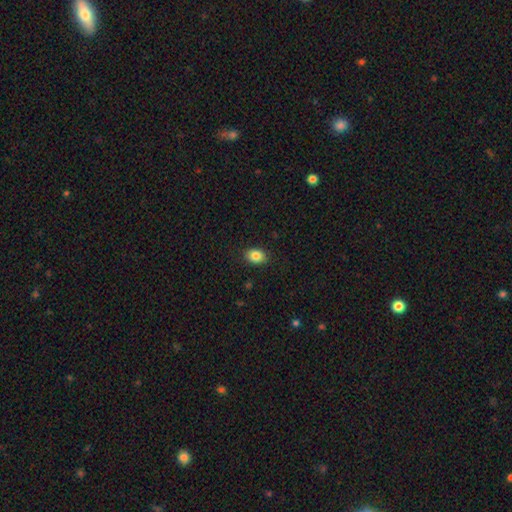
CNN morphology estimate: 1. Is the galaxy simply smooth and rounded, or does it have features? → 85% smooth, 9% star or artifact, 6% featured or disk.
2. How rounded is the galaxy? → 71% in between, 28% round, 1% cigar-shaped.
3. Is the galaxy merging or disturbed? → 89% none, 8% minor disturbance, 2% major disturbance, 1% merger.